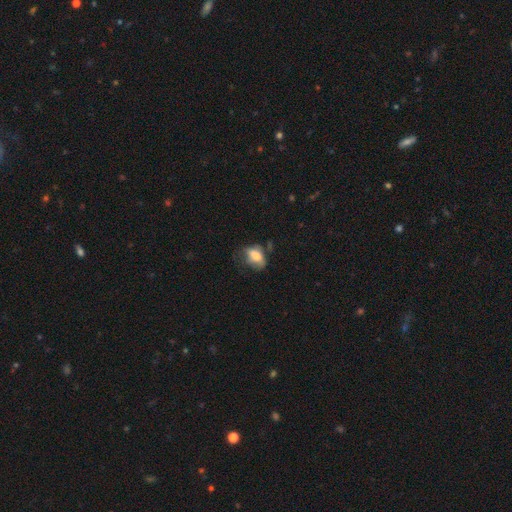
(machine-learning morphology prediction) A smooth galaxy with no disk features (68%) that is in between round and cigar-shaped (80%).

Vote fractions:
- Smooth or featured? smooth: 68% / featured or disk: 23% / star or artifact: 9%
- How rounded? in between: 80% / round: 18% / cigar-shaped: 3%
- Merging? none: 41% / minor disturbance: 33% / major disturbance: 21% / merger: 5%